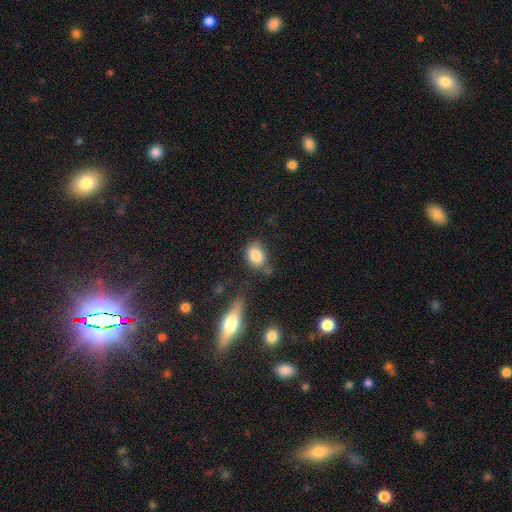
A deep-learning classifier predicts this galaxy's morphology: type=smooth (84%); roundness=in between (71%); merging=none (54%).